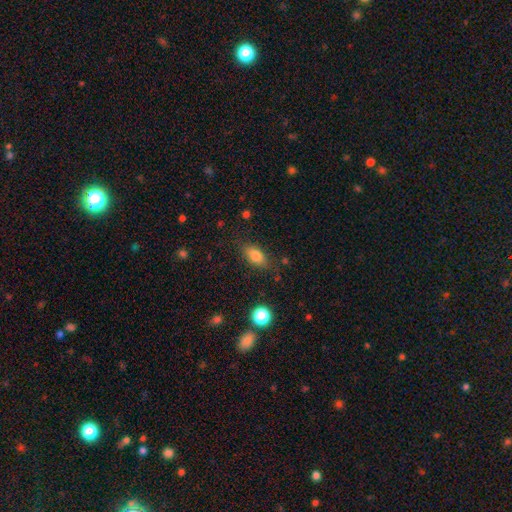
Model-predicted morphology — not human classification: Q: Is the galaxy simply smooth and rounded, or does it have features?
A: smooth — 79%.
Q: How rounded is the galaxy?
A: in between — 84%.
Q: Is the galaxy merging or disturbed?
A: none — 79%.